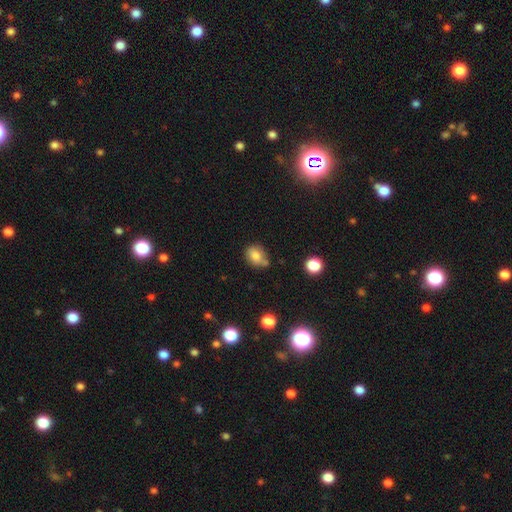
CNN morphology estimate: The model was most divided on "how rounded": in between: 54%, round: 45%, cigar-shaped: 1%. More confident: smooth or featured — smooth (79%); merging — none (58%).